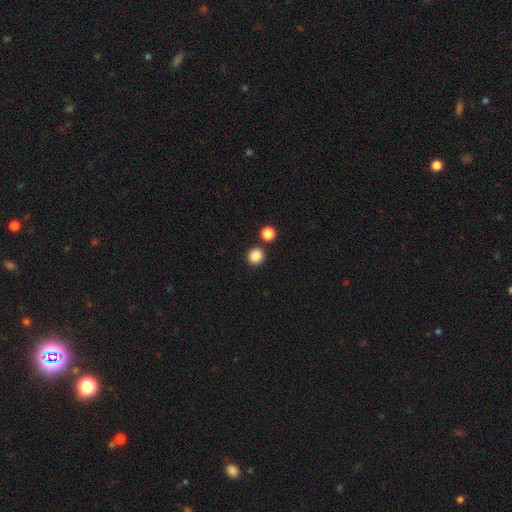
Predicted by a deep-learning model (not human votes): This appears to be a smooth galaxy with no disk features (87%) that is round (90%). Merging: none (85%).